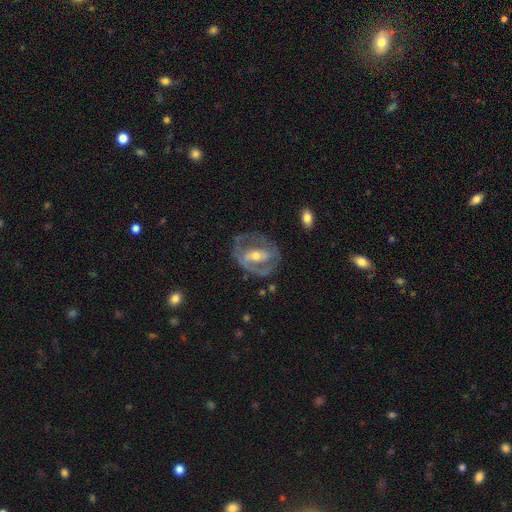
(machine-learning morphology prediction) Smooth or featured? featured or disk (80%)
Edge-on disk? no (95%)
Bar? strong (49%)
Spiral arms? yes (68%)
Spiral winding? tight (43%)
Spiral arm count? 2 (71%)
Bulge size? moderate (56%)
Merging? none (68%)